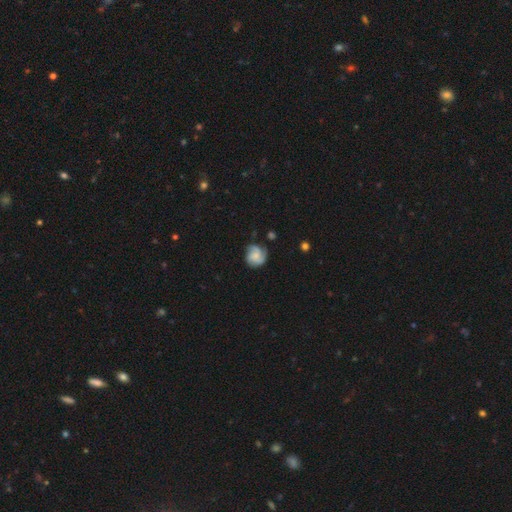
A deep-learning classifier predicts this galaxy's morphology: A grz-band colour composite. It shows a featured or disk galaxy (66%) with no bar (68%), 3 (59%) tight (46%) spiral arms (95%) and a small central bulge (40%). Merging: none (71%).